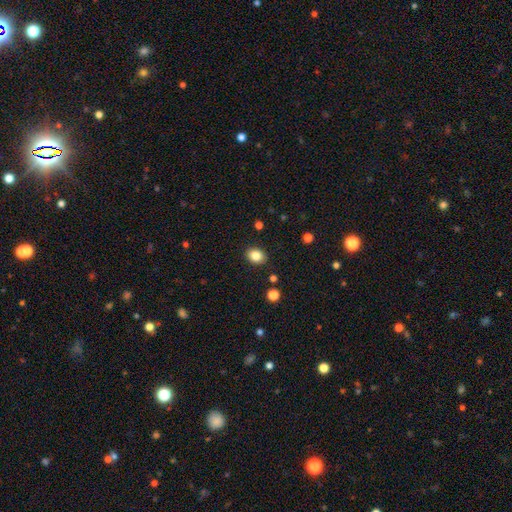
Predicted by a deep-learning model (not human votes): This is clearly a smooth galaxy (84%). How rounded: possibly in between (51%). Merging: clearly none (89%).